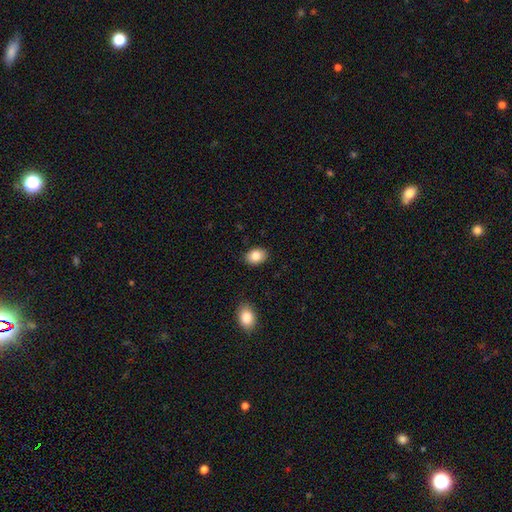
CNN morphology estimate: A smooth galaxy with no disk features (84%) that is in between round and cigar-shaped (76%).

Vote fractions:
- Smooth or featured? smooth: 84% / star or artifact: 8% / featured or disk: 8%
- How rounded? in between: 76% / round: 23% / cigar-shaped: 1%
- Merging? none: 88% / minor disturbance: 9% / major disturbance: 2% / merger: 1%